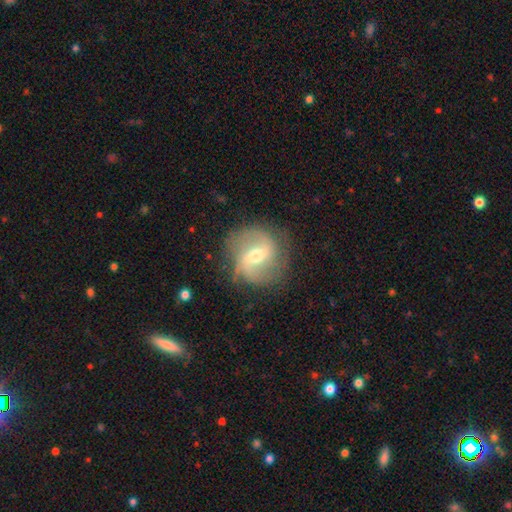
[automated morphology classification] smooth-or-featured: featured or disk: 75% | smooth: 18% | star or artifact: 7%
  disk-edge-on: no: 97% | yes: 3%
    bar: weak: 53% | strong: 27% | no: 20%
    has-spiral-arms: yes: 88% | no: 12%
      spiral-winding: medium: 43% | loose: 40% | tight: 17%
      spiral-arm-count: 2: 79% | can't tell: 10% | 3: 4% | 1: 3% | 4: 2% | more than 4: 2%
    bulge-size: moderate: 60% | small: 33% | large: 5% | none: 1% | dominant: 1%
  merging: none: 76% | minor disturbance: 15% | major disturbance: 7% | merger: 1%